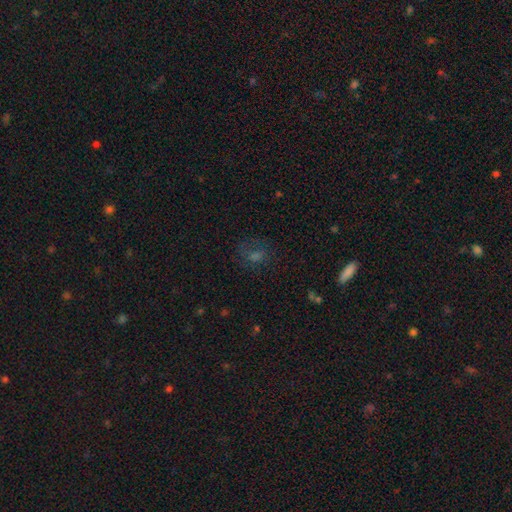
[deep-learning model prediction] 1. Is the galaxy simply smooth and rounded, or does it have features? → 46% smooth, 31% star or artifact, 23% featured or disk.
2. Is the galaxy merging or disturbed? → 63% none, 18% minor disturbance, 16% major disturbance, 3% merger.